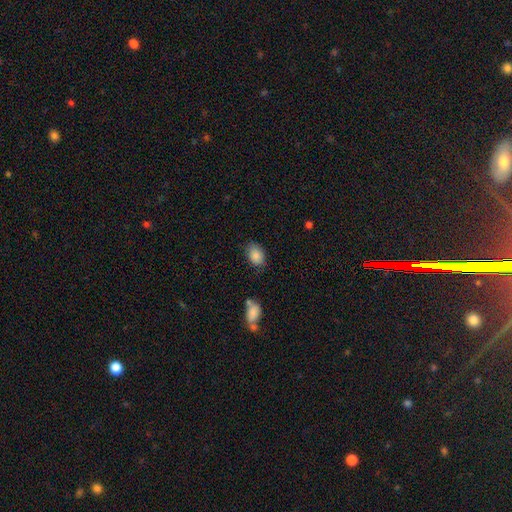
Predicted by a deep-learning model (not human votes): The model was most divided on "merging": none: 74%, minor disturbance: 19%, major disturbance: 4%, merger: 3%. More confident: smooth or featured — smooth (87%); how rounded — in between (81%).